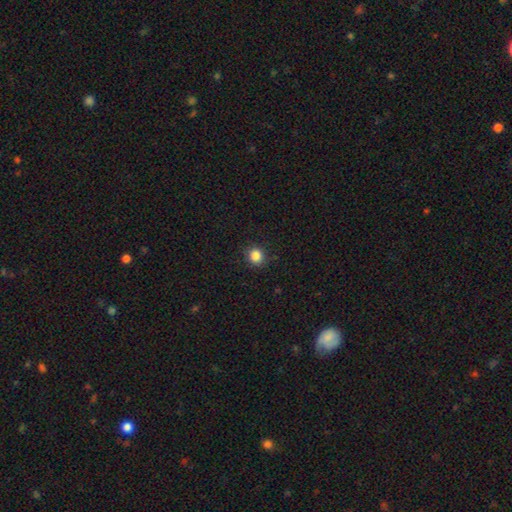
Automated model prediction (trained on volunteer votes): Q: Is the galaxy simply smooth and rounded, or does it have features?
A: smooth — 85%.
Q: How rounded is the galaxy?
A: round — 86%.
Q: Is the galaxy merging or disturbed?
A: none — 88%.